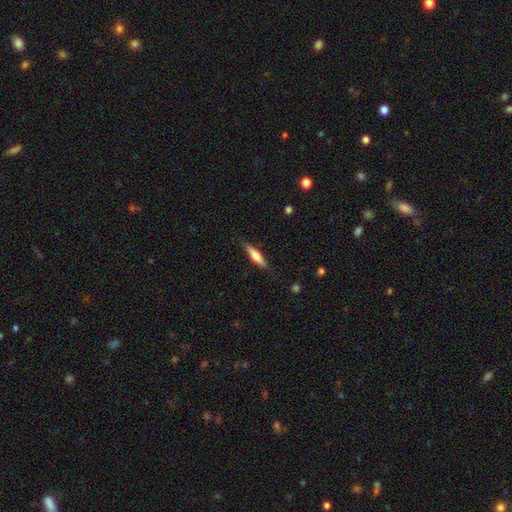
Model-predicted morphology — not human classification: smooth-or-featured: smooth: 54% | featured or disk: 40% | star or artifact: 6%
  how-rounded: cigar-shaped: 79% | in between: 19% | round: 2%
  merging: none: 83% | minor disturbance: 13% | major disturbance: 3% | merger: 1%